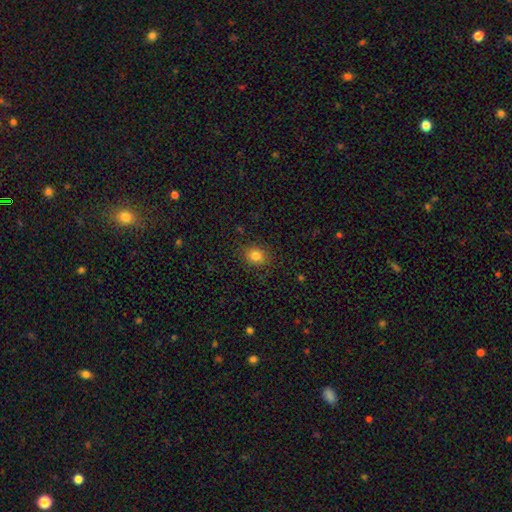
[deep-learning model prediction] A smooth galaxy with no disk features (82%) that is round (64%). Merging: none (86%).